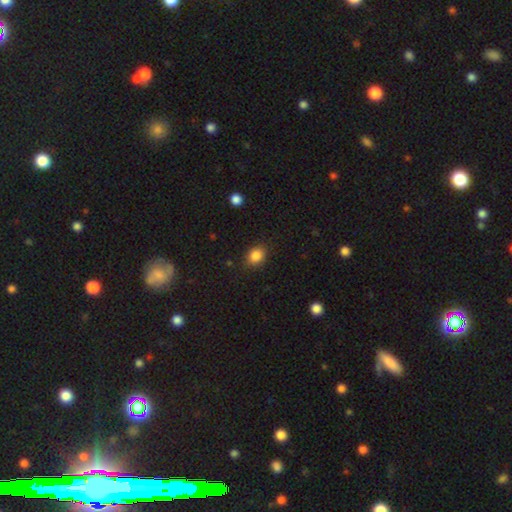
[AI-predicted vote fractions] Overall: smooth (86%). How rounded: round (60%; in between 39%). Merging: none (82%).